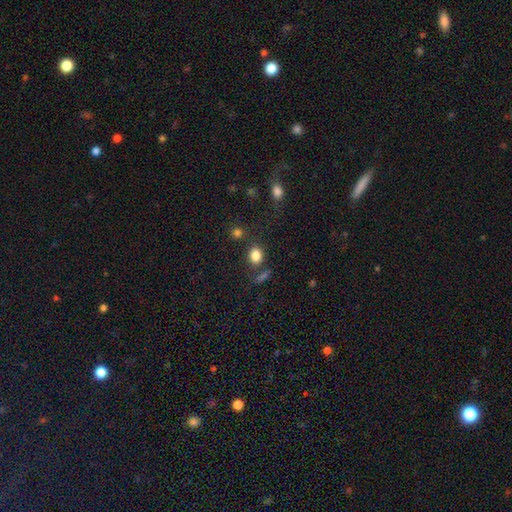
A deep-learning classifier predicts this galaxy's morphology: Smooth or featured? smooth (83%)
How rounded? round (54%)
Merging? none (75%)